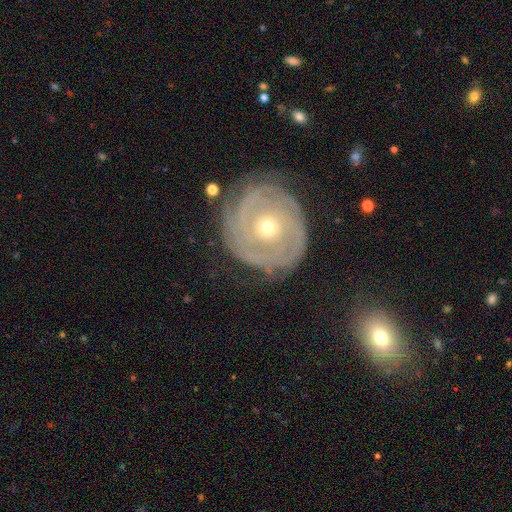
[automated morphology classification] A featured or disk galaxy (84%) with no bar (78%), 2 (39%) tight (83%) spiral arms (93%) and a small central bulge (53%). Merging: none (79%).